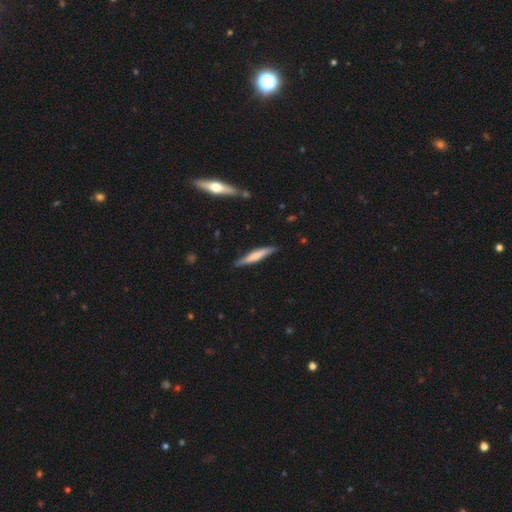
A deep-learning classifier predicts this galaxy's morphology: This appears to be a smooth galaxy with no disk features (57%) that is cigar-shaped (90%). Merging: none (85%).